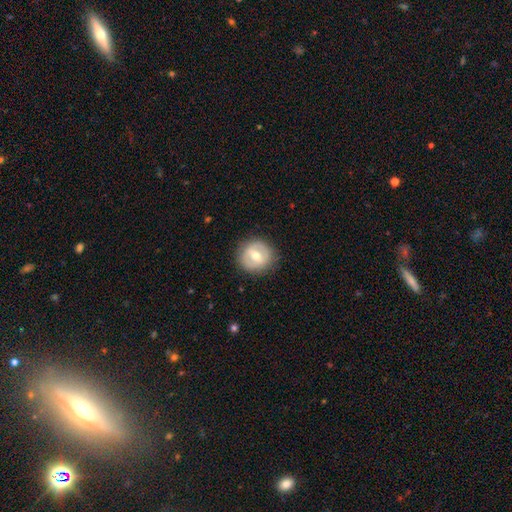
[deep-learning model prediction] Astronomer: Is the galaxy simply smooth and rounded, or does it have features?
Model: smooth — 49% (runner-up: featured or disk, 45%).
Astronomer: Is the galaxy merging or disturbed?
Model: none — 84%.